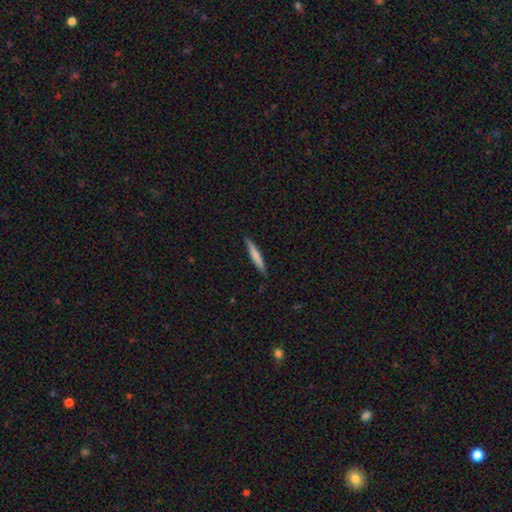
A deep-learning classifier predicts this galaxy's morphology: smooth-or-featured: smooth: 69% | featured or disk: 25% | star or artifact: 5%
  how-rounded: cigar-shaped: 95% | in between: 4% | round: 1%
  merging: none: 89% | minor disturbance: 8% | major disturbance: 2% | merger: 1%